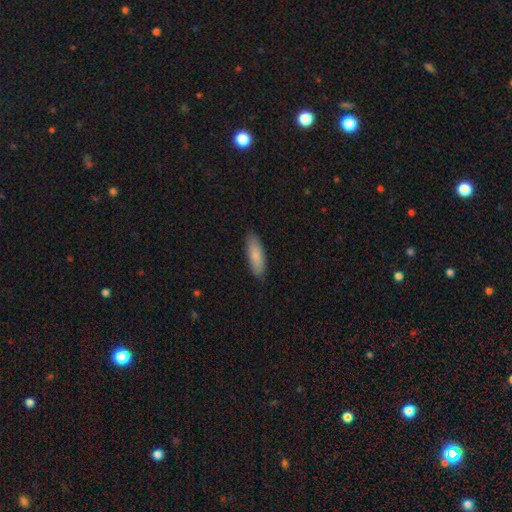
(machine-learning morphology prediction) smooth_or_featured: smooth (p=0.84) [alt: featured or disk p=0.10]
how_rounded: in between (p=0.59) [alt: cigar-shaped p=0.40]
merging: none (p=0.87) [alt: minor disturbance p=0.10]